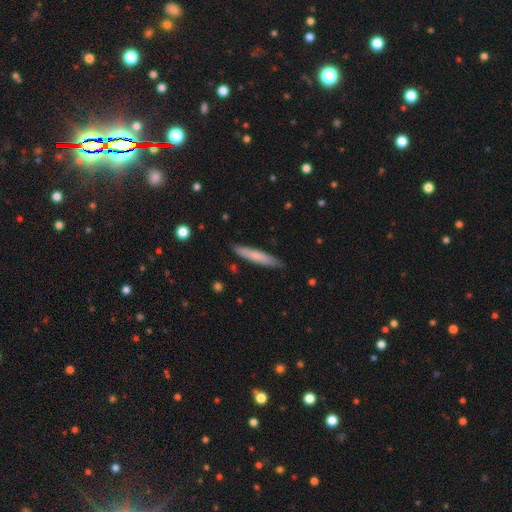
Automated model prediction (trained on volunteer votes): This is likely a smooth galaxy (68%). How rounded: clearly cigar-shaped (93%). Merging: clearly none (86%).